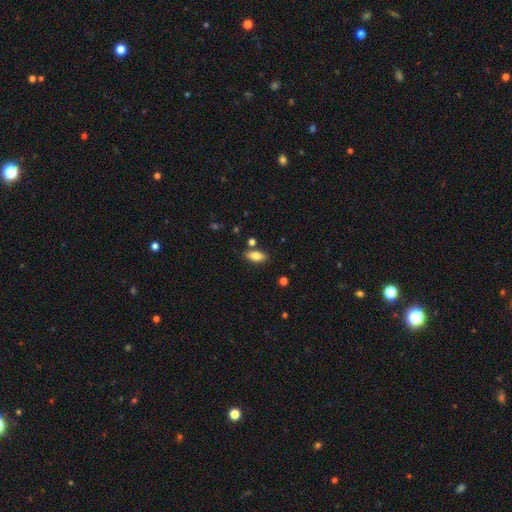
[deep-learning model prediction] Smooth or featured: smooth — 80% (featured or disk — 12%)
How rounded: in between — 89% (cigar-shaped — 8%)
Merging: none — 80% (minor disturbance — 11%)